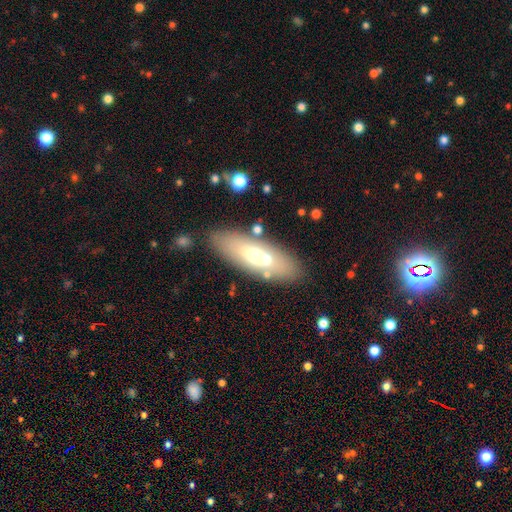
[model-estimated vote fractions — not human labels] Smooth or featured? smooth (55%)
How rounded? in between (63%)
Merging? none (75%)